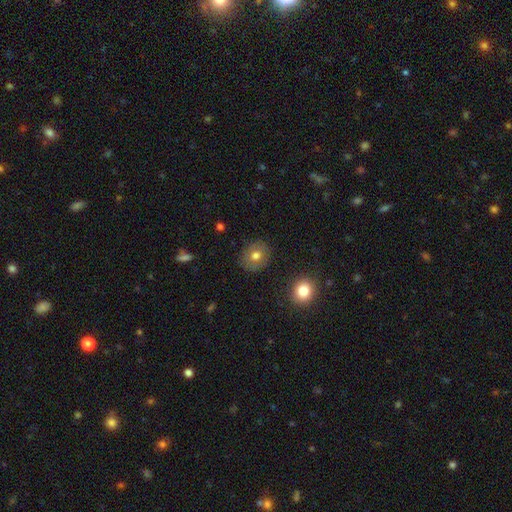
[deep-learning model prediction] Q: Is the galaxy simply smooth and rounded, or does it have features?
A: smooth — 72%.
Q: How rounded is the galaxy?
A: round — 72%.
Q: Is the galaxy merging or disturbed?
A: none — 86%.